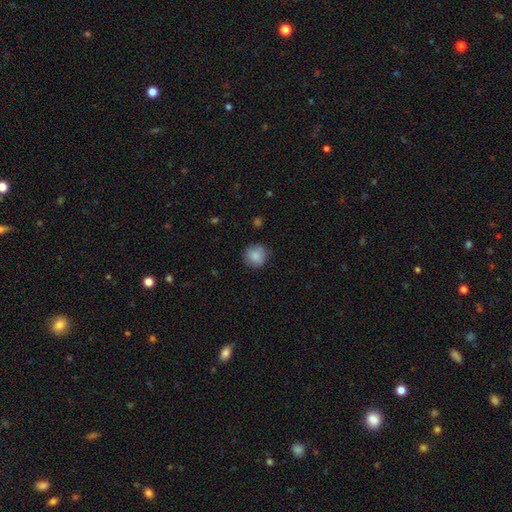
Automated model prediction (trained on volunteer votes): Q: Smooth or featured?
A: smooth (85%); runner-up: star or artifact (8%)
Q: How rounded?
A: round (92%); runner-up: in between (7%)
Q: Merging?
A: none (84%); runner-up: minor disturbance (12%)